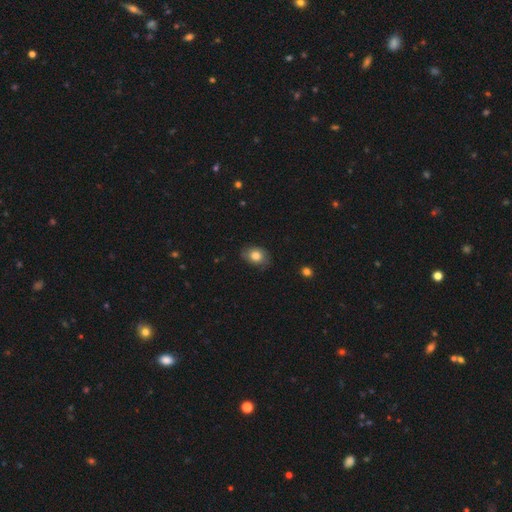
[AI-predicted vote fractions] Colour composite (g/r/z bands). It shows a smooth galaxy with no disk features (79%) that is in between round and cigar-shaped (66%). Merging: none (77%).